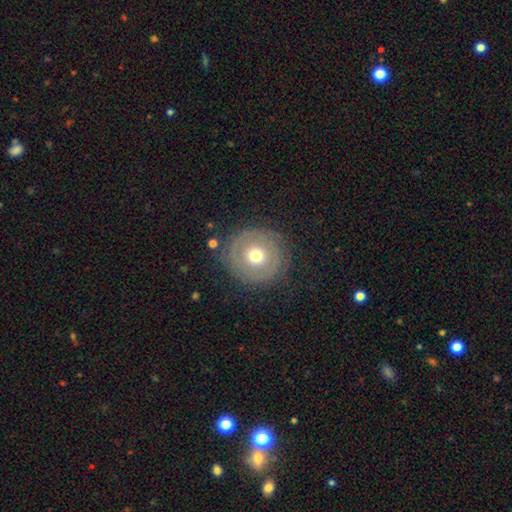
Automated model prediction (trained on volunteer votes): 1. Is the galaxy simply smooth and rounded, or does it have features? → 48% featured or disk, 42% smooth, 9% star or artifact.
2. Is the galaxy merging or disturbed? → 85% none, 10% minor disturbance, 4% major disturbance, 2% merger.